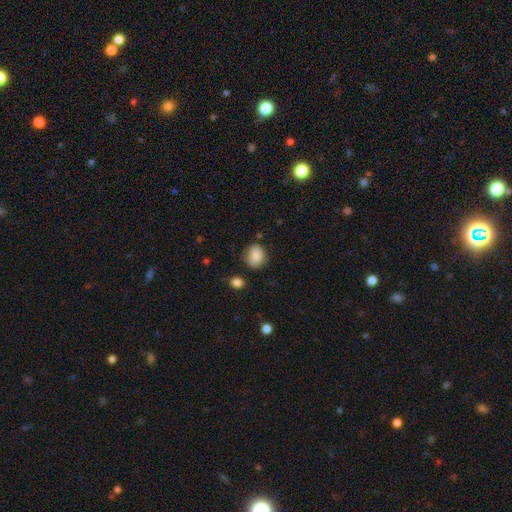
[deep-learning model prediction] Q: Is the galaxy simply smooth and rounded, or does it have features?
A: smooth — 86%.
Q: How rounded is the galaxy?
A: in between — 50%.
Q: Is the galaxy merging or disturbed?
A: none — 72%.